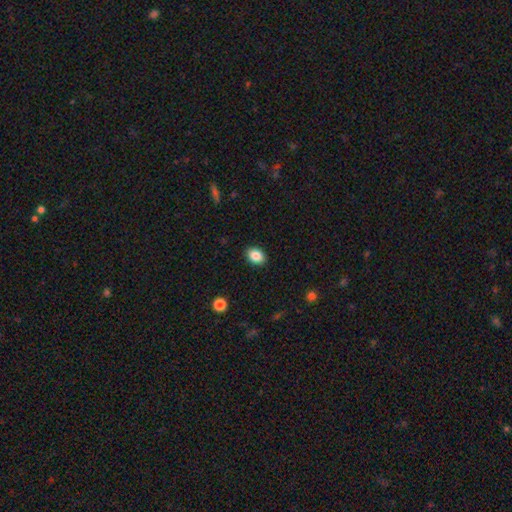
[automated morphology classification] Overall: smooth (86%). How rounded: in between (69%; round 30%). Merging: none (90%).